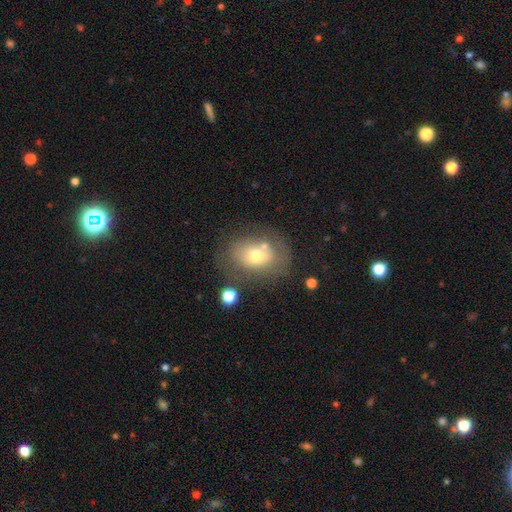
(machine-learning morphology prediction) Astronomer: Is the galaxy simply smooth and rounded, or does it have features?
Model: smooth — 61%.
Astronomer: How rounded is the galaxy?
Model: in between — 60% (runner-up: round, 39%).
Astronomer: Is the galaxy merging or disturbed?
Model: none — 57%.